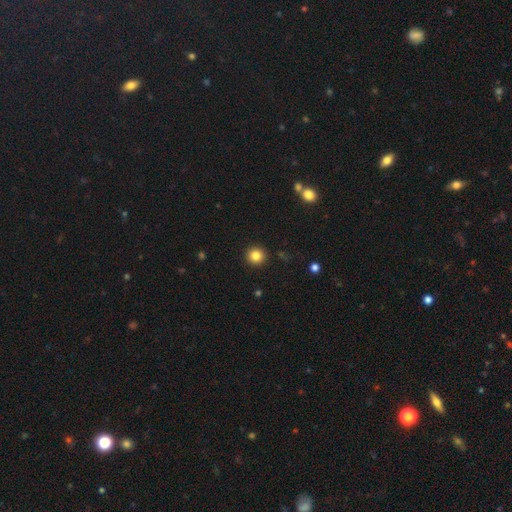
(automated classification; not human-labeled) Smooth or featured: smooth — 84% (star or artifact — 11%)
How rounded: round — 95% (in between — 4%)
Merging: none — 92% (minor disturbance — 5%)